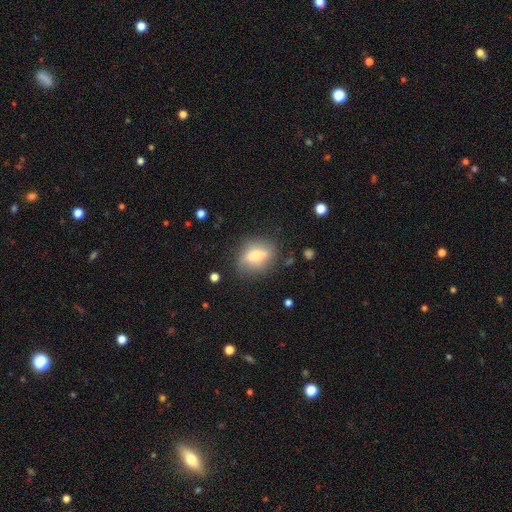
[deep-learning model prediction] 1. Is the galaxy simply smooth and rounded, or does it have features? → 67% smooth, 24% featured or disk, 9% star or artifact.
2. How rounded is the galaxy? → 66% in between, 20% round, 14% cigar-shaped.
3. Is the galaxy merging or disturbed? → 73% none, 18% minor disturbance, 7% major disturbance, 2% merger.